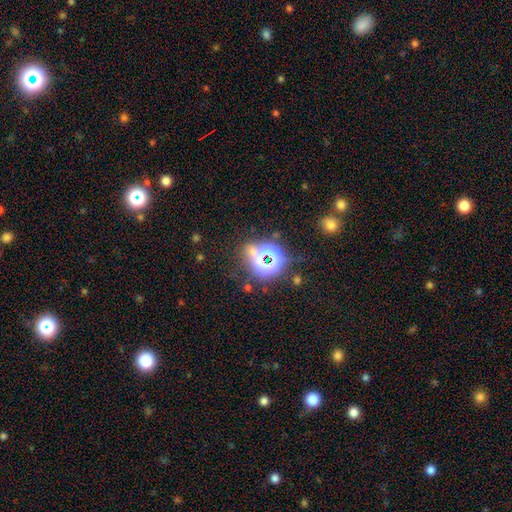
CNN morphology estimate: Smooth or featured? Predicted: star or artifact (p=0.63).